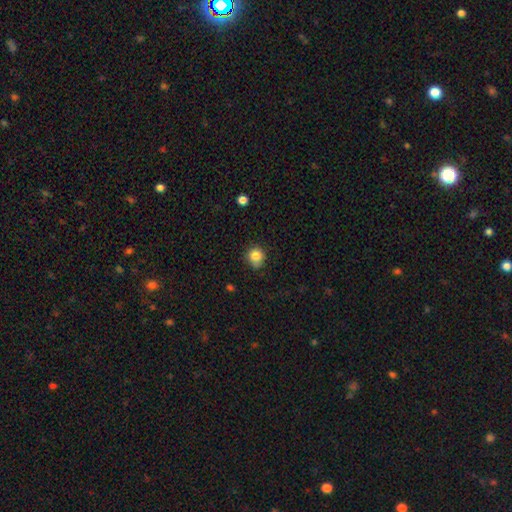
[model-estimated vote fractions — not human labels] Smooth or featured?
  - smooth: 84% *
  - star or artifact: 11%
  - featured or disk: 5%
How rounded?
  - round: 85% *
  - in between: 15%
  - cigar-shaped: 1%
Merging?
  - none: 67% *
  - minor disturbance: 25%
  - major disturbance: 5%
  - merger: 3%